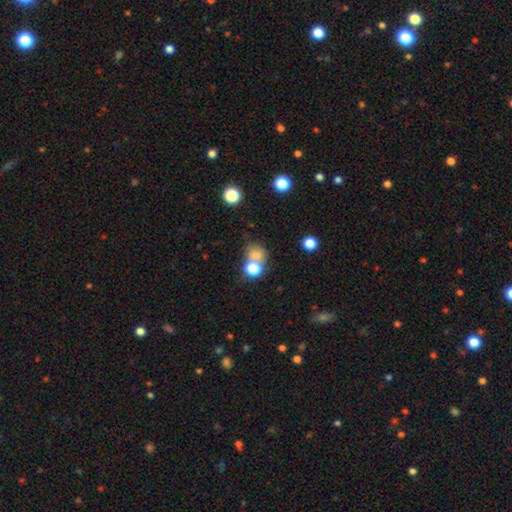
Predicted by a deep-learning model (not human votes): smooth_or_featured: smooth (p=0.71) [alt: star or artifact p=0.18]
how_rounded: round (p=0.62) [alt: in between p=0.36]
merging: none (p=0.43) [alt: merger p=0.37]